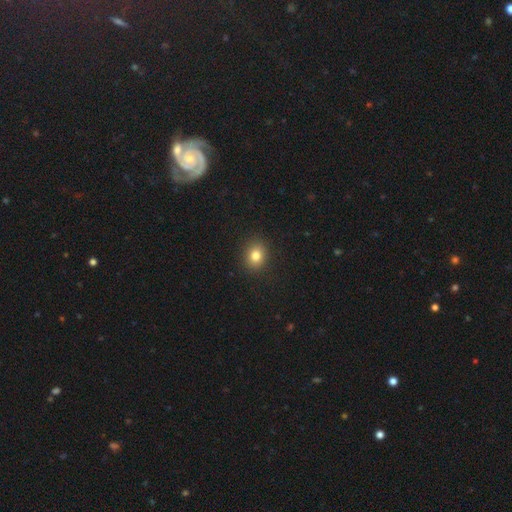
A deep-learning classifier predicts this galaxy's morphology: A smooth galaxy with no disk features (81%) that is round (61%). Merging: none (90%).